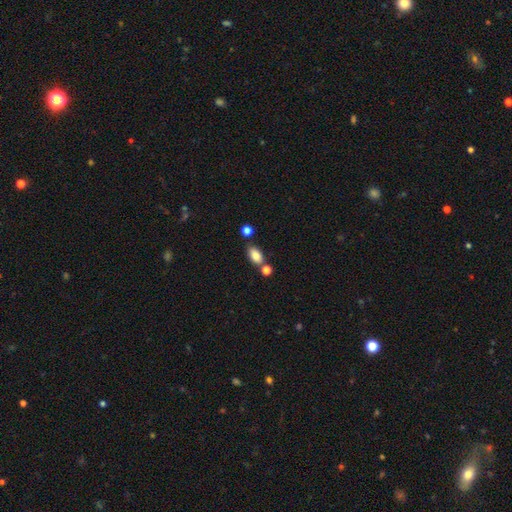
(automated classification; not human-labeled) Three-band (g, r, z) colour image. It shows a smooth galaxy with no disk features (84%) that is in between round and cigar-shaped (90%). Merging: none (70%).